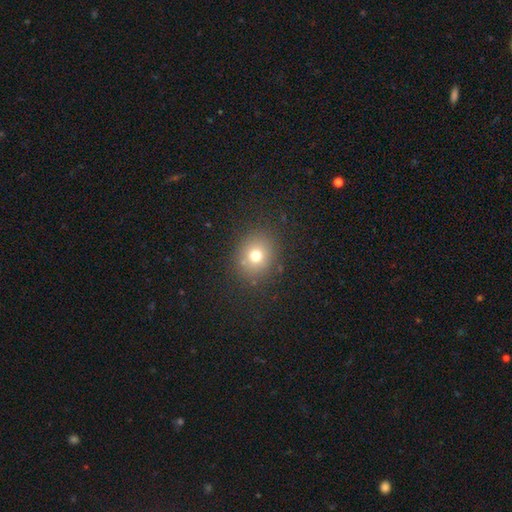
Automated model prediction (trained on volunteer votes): A smooth galaxy with no disk features (72%) that is round (74%). Merging: none (85%).